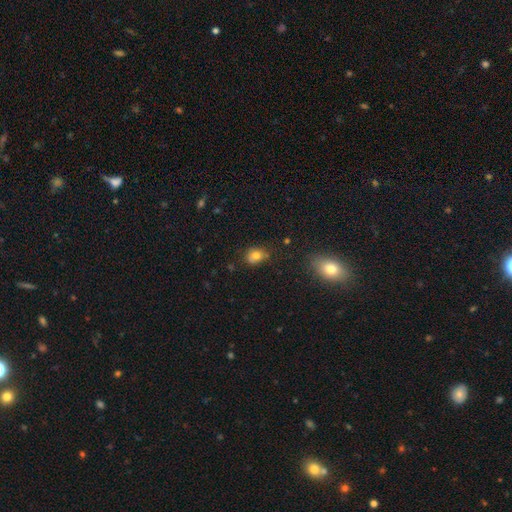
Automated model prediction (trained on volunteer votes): The model was most divided on "how rounded": in between: 50%, round: 48%, cigar-shaped: 1%. More confident: smooth or featured — smooth (78%); merging — none (66%).